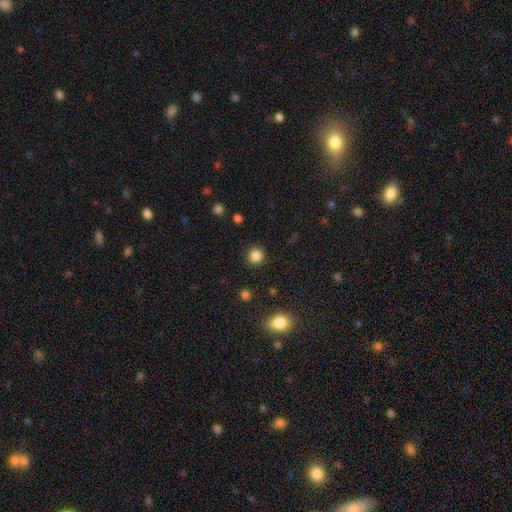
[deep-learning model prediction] This is clearly a smooth galaxy (84%). How rounded: clearly round (90%). Merging: clearly none (89%).